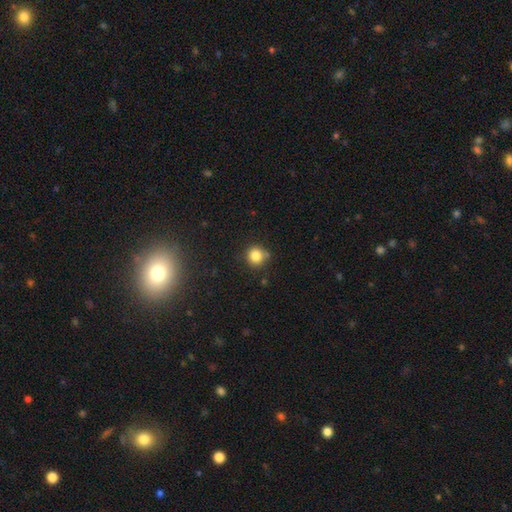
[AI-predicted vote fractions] Morphology: type=smooth (83%); roundness=round (91%); merging=none (76%).